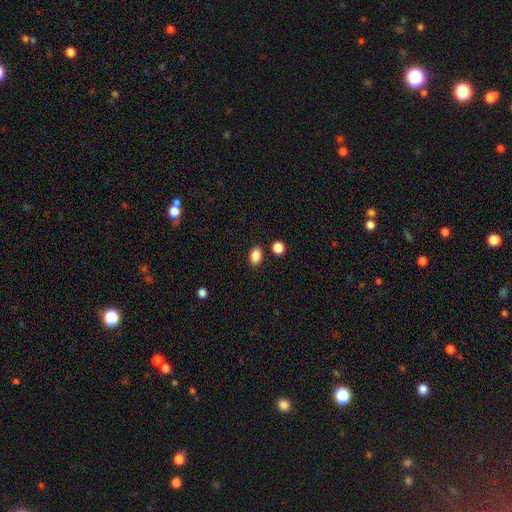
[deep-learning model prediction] smooth_or_featured: smooth (p=0.87) [alt: star or artifact p=0.09]
how_rounded: in between (p=0.83) [alt: round p=0.15]
merging: none (p=0.84) [alt: minor disturbance p=0.09]